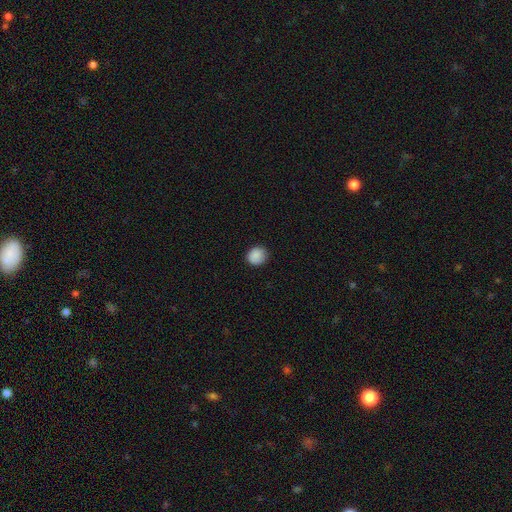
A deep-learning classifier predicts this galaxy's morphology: This appears to be a smooth galaxy with no disk features (88%) that is round (81%). Merging: none (85%).